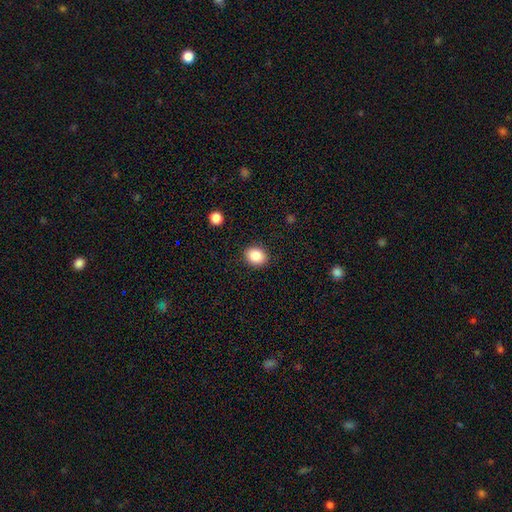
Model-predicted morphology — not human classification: Overall: smooth (88%). How rounded: round (55%; in between 45%). Merging: none (89%).